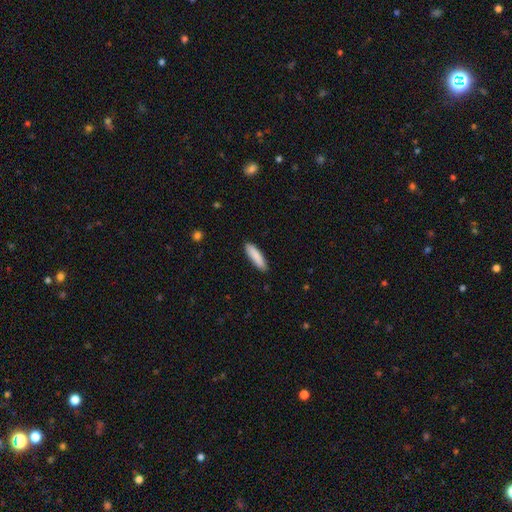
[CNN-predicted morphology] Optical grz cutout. It shows a smooth galaxy with no disk features (87%) that is cigar-shaped (68%). Merging: none (87%).